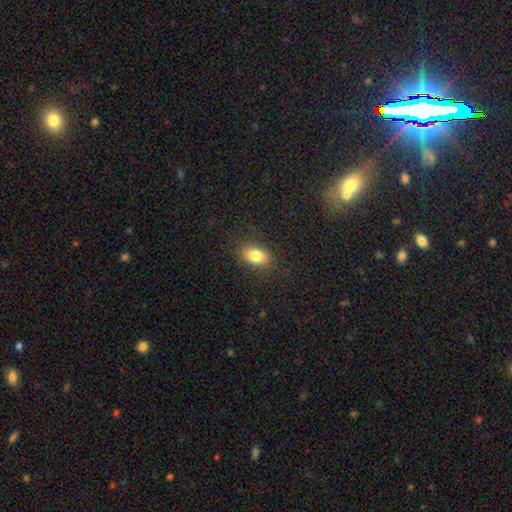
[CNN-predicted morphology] Smooth or featured? Predicted: smooth (p=0.83). How rounded? Predicted: in between (p=0.86). Merging? Predicted: none (p=0.85).